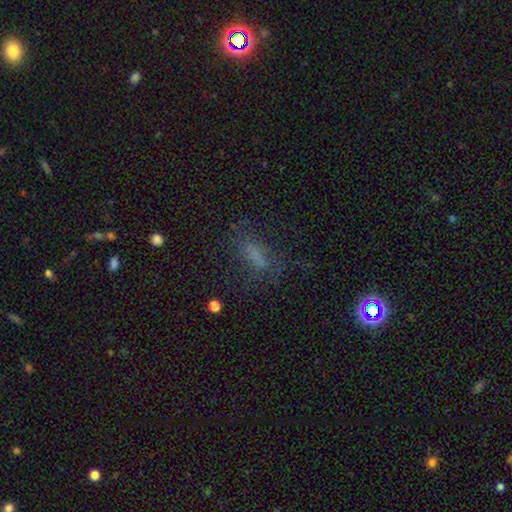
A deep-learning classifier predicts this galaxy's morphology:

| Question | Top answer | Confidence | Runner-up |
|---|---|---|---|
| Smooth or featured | smooth | 59% | star or artifact (22%) |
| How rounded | cigar-shaped | 47% | tied: in between (47%) |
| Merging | none | 63% | minor disturbance (18%) |